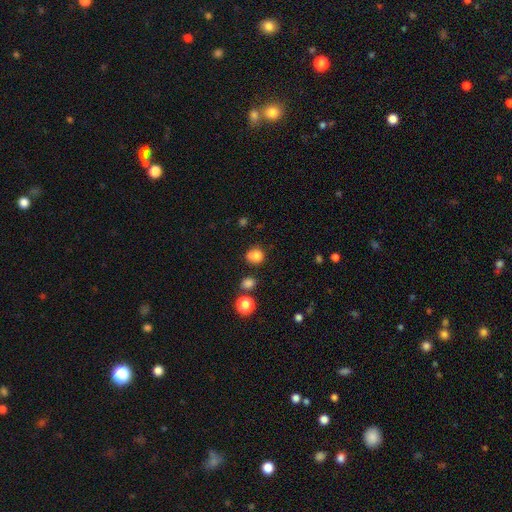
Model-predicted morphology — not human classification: Overall: smooth (79%). How rounded: round (76%). Merging: none (56%; merger 19%).